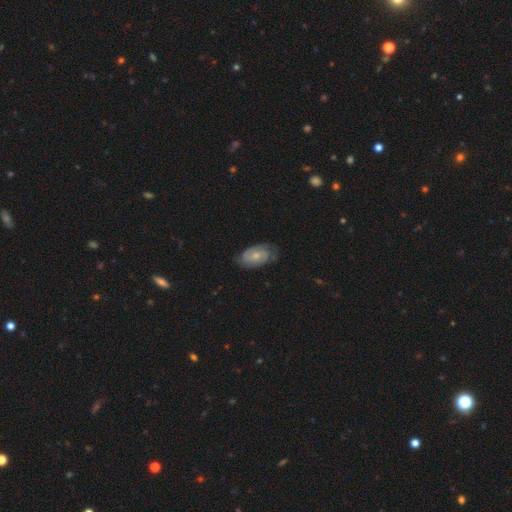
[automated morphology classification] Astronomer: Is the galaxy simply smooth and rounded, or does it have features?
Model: featured or disk — 66%.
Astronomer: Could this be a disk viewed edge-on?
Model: no — 96%.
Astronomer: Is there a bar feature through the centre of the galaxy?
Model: no — 69%.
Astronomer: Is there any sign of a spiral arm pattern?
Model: yes — 88%.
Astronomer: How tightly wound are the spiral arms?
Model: tight — 56% (runner-up: medium, 33%).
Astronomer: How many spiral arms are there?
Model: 2 — 69%.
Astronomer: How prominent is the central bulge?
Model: moderate — 53% (runner-up: small, 41%).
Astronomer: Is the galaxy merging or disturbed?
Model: none — 71%.